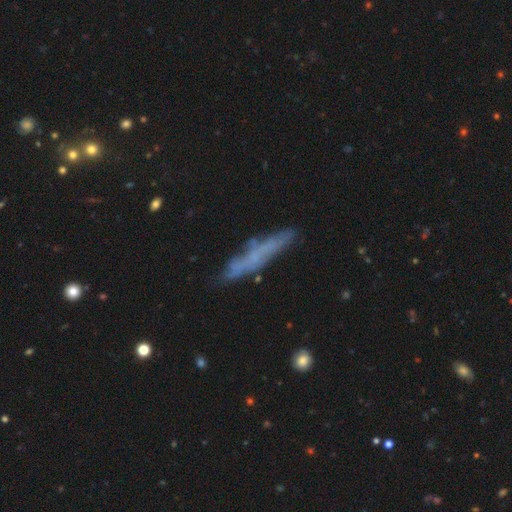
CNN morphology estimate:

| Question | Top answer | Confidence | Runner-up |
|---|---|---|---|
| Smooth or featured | smooth | 47% | featured or disk (42%) |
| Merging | none | 78% | minor disturbance (15%) |